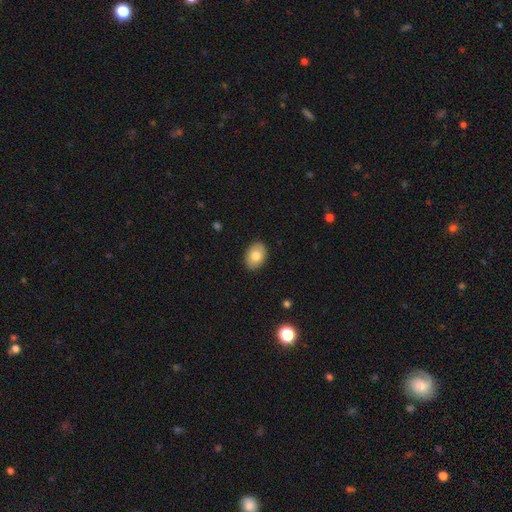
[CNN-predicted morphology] Overall: smooth (79%). How rounded: in between (79%). Merging: none (88%).